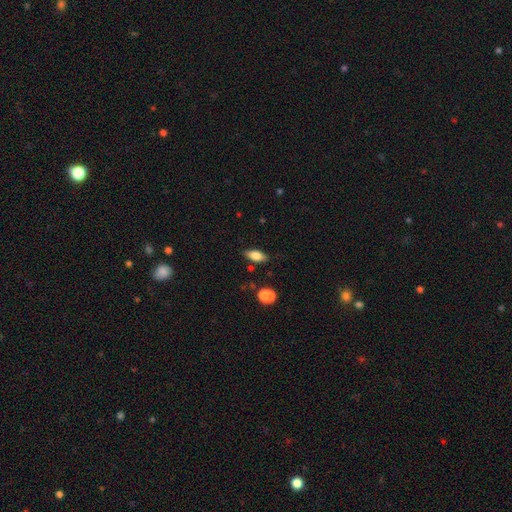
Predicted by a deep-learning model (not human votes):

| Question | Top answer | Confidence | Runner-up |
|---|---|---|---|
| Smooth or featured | smooth | 77% | featured or disk (15%) |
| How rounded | in between | 82% | cigar-shaped (14%) |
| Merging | none | 82% | minor disturbance (12%) |